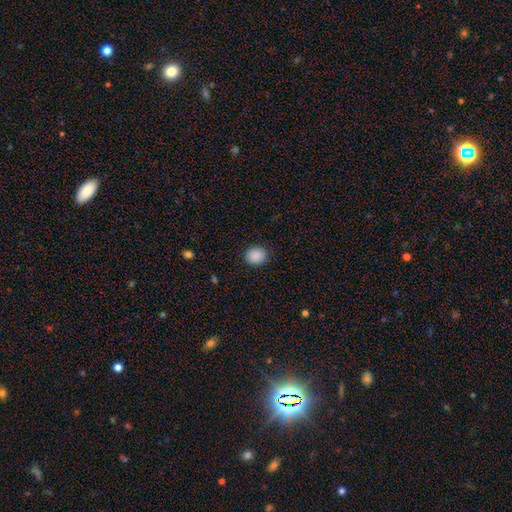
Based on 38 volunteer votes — Q: Smooth or featured?
A: smooth (92%); runner-up: featured or disk (5%)
Q: How rounded?
A: round (60%); runner-up: in between (40%)
Q: Merging?
A: none (92%); runner-up: minor disturbance (8%)